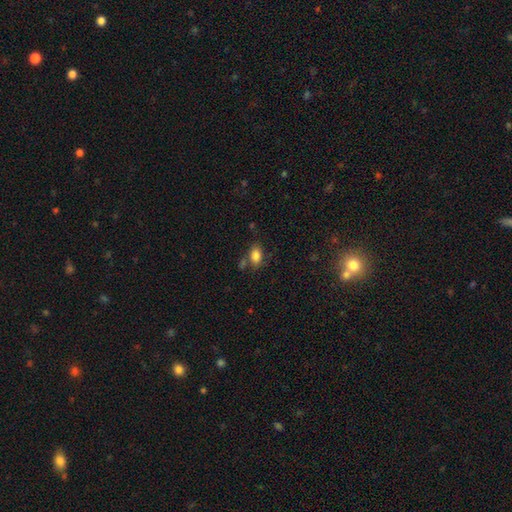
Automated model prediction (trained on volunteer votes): A smooth galaxy with no disk features (83%) that is in between round and cigar-shaped (85%).

Vote fractions:
- Smooth or featured? smooth: 83% / star or artifact: 10% / featured or disk: 8%
- How rounded? in between: 85% / round: 13% / cigar-shaped: 2%
- Merging? none: 64% / minor disturbance: 17% / merger: 14% / major disturbance: 6%